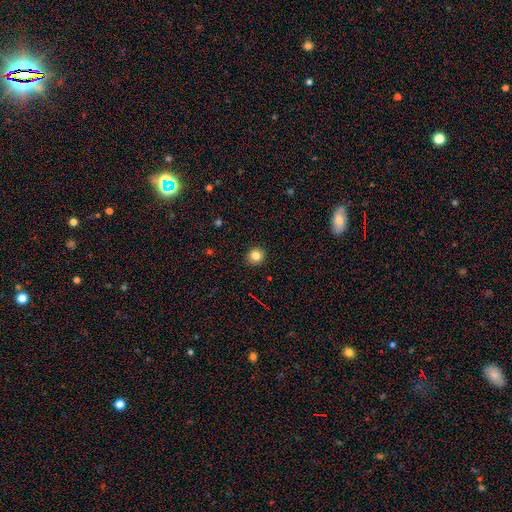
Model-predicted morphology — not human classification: Smooth or featured?
  - smooth: 81% *
  - star or artifact: 12%
  - featured or disk: 7%
How rounded?
  - round: 88% *
  - in between: 11%
  - cigar-shaped: 1%
Merging?
  - none: 91% *
  - minor disturbance: 6%
  - major disturbance: 2%
  - merger: 1%